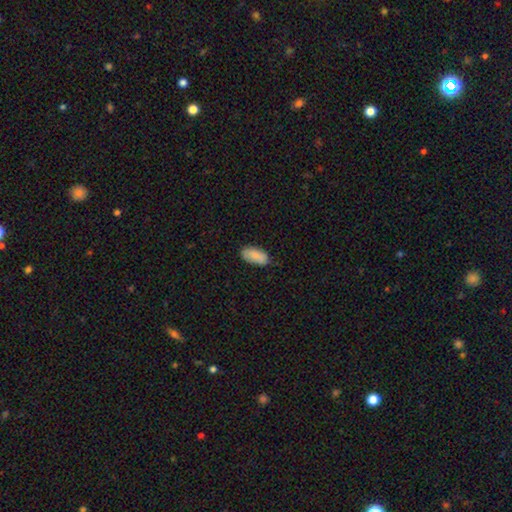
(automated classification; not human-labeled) A smooth galaxy with no disk features (86%) that is in between round and cigar-shaped (92%). Merging: none (74%).